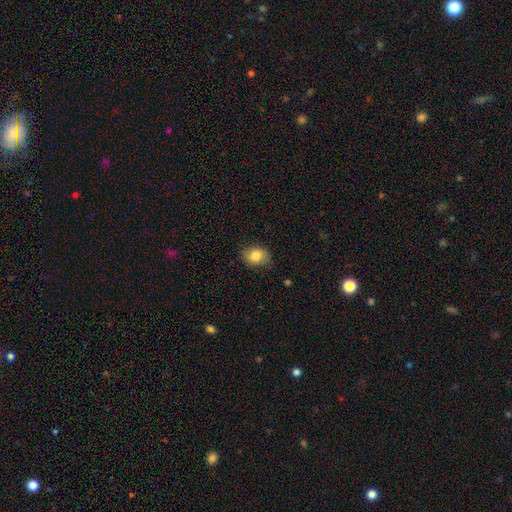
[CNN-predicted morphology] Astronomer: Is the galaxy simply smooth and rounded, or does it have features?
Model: smooth — 82%.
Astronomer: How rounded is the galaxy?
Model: in between — 55% (runner-up: round, 44%).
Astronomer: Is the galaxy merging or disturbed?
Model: none — 80%.